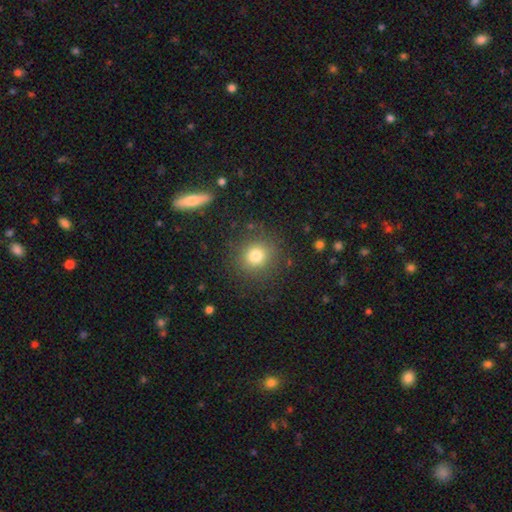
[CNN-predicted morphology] The model was most divided on "smooth or featured": smooth: 78%, star or artifact: 14%, featured or disk: 8%. More confident: how rounded — round (88%); merging — none (86%).